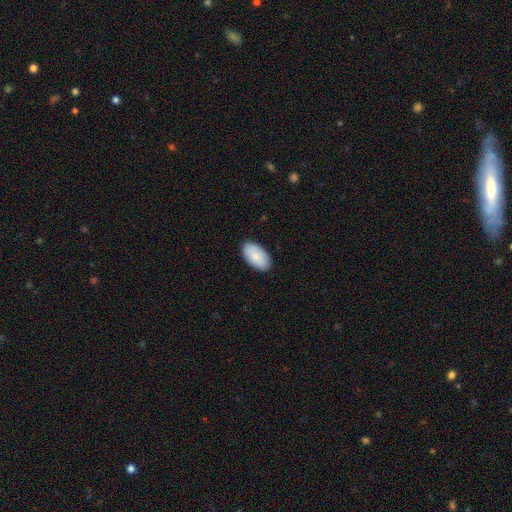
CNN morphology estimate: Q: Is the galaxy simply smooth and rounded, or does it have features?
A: smooth — 86%.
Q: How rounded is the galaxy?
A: in between — 96%.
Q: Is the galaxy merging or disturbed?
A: none — 88%.